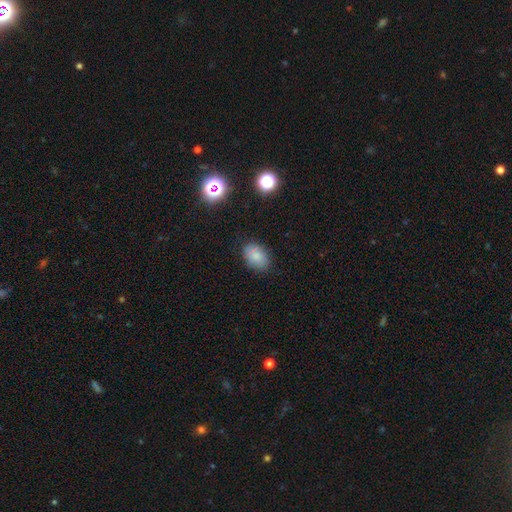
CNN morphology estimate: smooth_or_featured: smooth (p=0.81) [alt: star or artifact p=0.10]
how_rounded: in between (p=0.84) [alt: round p=0.15]
merging: none (p=0.83) [alt: minor disturbance p=0.13]